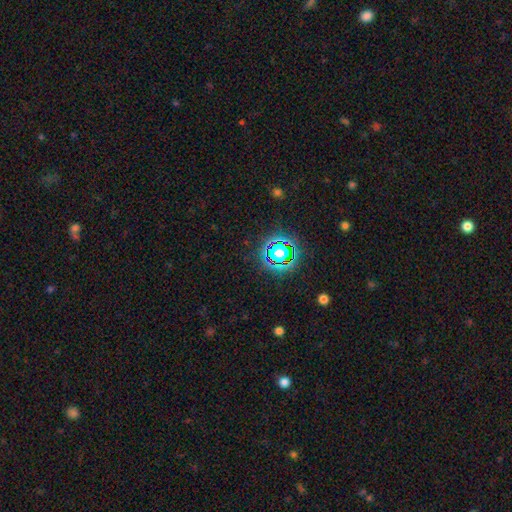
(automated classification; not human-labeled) A star or artifact, not a galaxy (79%).

Vote fractions:
- Smooth or featured? star or artifact: 79% / smooth: 13% / featured or disk: 8%